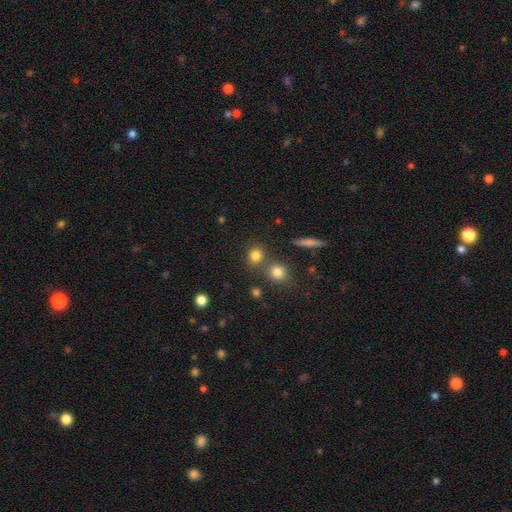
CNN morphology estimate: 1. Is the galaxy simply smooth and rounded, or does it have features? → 80% smooth, 13% star or artifact, 7% featured or disk.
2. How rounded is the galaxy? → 77% round, 21% in between, 2% cigar-shaped.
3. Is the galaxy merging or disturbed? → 69% none, 18% merger, 9% minor disturbance, 4% major disturbance.